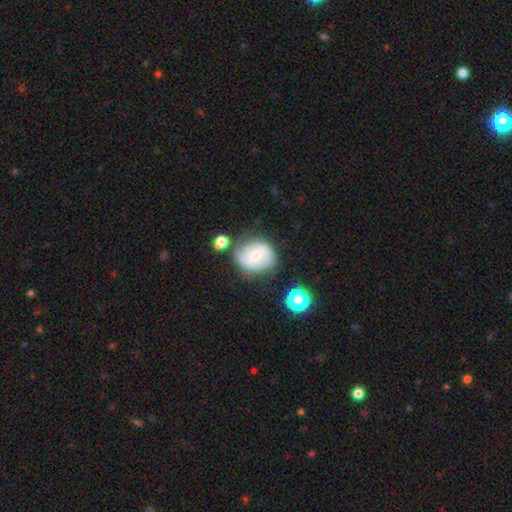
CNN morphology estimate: type=featured or disk (58%); edge-on=no (96%); bar=weak (47%); spiral arms=yes (73%); bulge=small (59%); merging=none (56%).